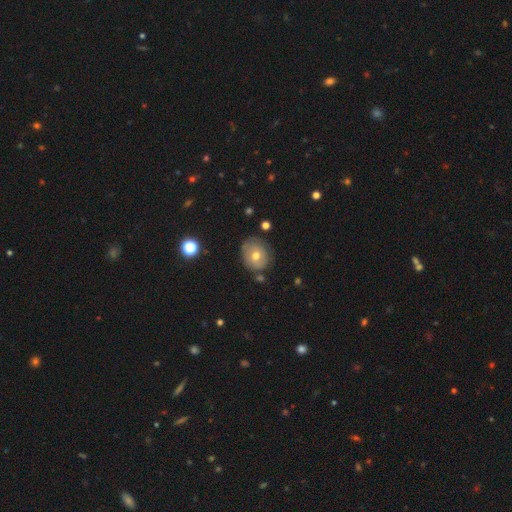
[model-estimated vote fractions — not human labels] A smooth galaxy with no disk features (55%) that is round (69%). Merging: none (71%).